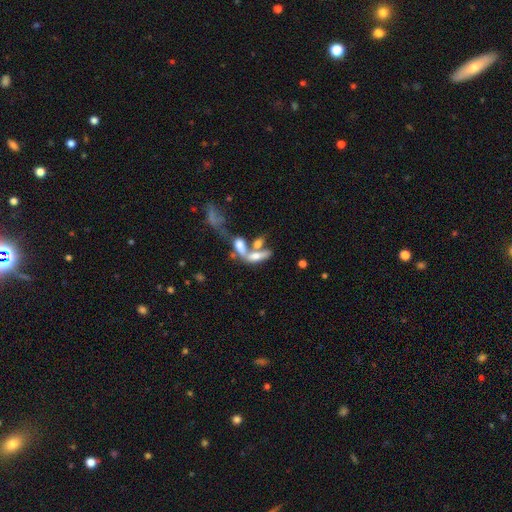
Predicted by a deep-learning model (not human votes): Q: Smooth or featured?
A: smooth (50%); runner-up: featured or disk (39%)
Q: Merging?
A: merger (64%); runner-up: none (17%)